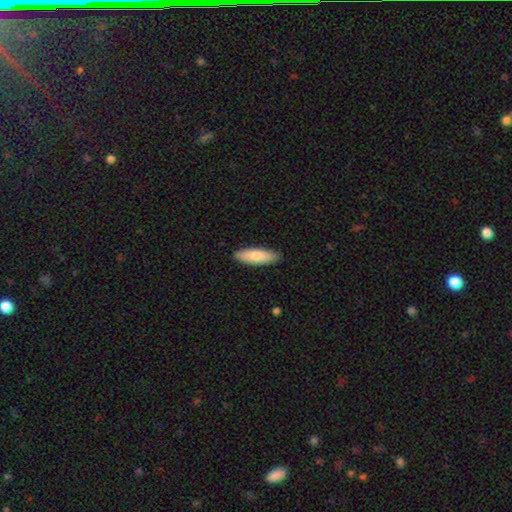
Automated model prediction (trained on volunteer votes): This appears to be a smooth galaxy with no disk features (80%) that is cigar-shaped (51%). Merging: none (88%).